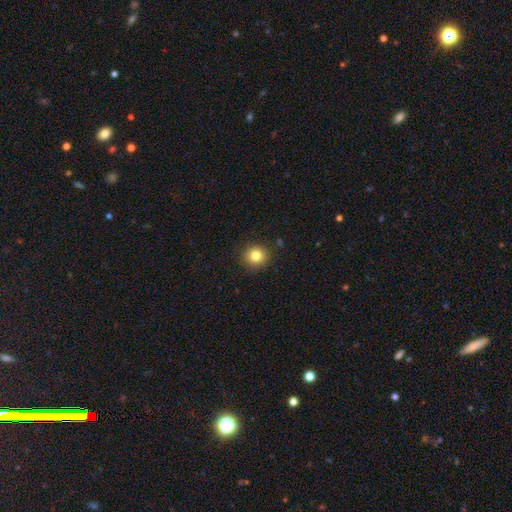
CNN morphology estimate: Q: Smooth or featured?
A: smooth (81%); runner-up: star or artifact (12%)
Q: How rounded?
A: round (91%); runner-up: in between (8%)
Q: Merging?
A: none (90%); runner-up: minor disturbance (7%)